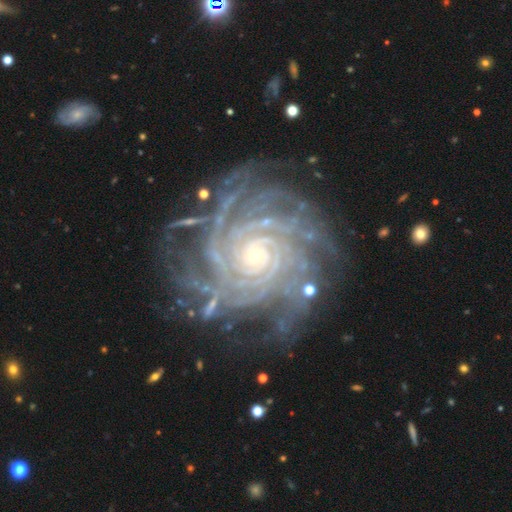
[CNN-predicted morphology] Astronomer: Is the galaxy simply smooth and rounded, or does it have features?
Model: featured or disk — 92%.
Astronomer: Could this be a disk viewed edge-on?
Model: no — 98%.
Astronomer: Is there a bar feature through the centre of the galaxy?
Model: no — 74%.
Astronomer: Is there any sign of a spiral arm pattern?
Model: yes — 99%.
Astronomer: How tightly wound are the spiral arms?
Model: tight — 84%.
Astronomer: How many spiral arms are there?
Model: more than 4 — 34% (runner-up: 4, 24%).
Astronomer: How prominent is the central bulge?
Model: small — 81%.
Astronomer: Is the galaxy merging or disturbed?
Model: none — 73%.